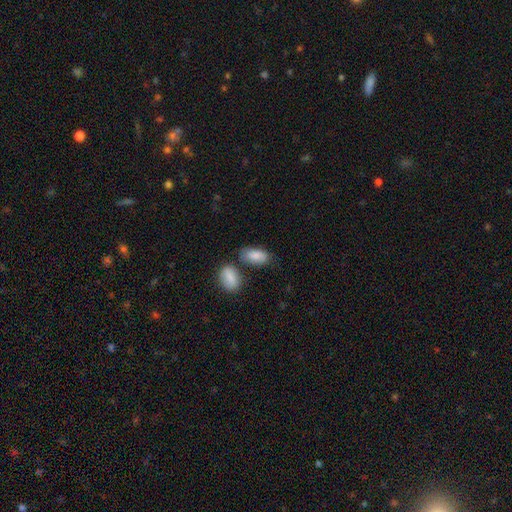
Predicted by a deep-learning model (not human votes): smooth_or_featured: smooth (p=0.83) [alt: featured or disk p=0.10]
how_rounded: in between (p=0.92) [alt: cigar-shaped p=0.04]
merging: none (p=0.58) [alt: merger p=0.19]